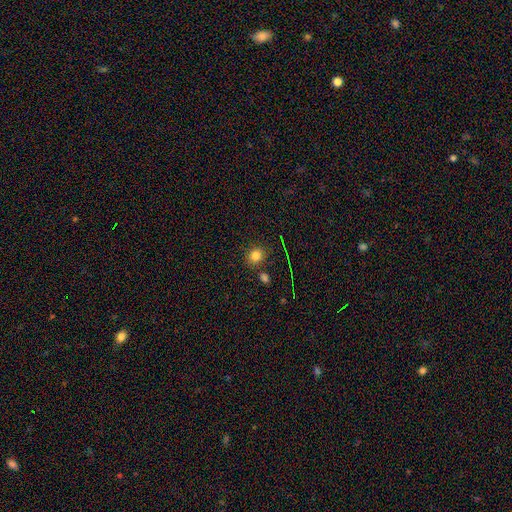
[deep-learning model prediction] Smooth or featured? Predicted: smooth (p=0.78). How rounded? Predicted: round (p=0.73). Merging? Predicted: none (p=0.80).